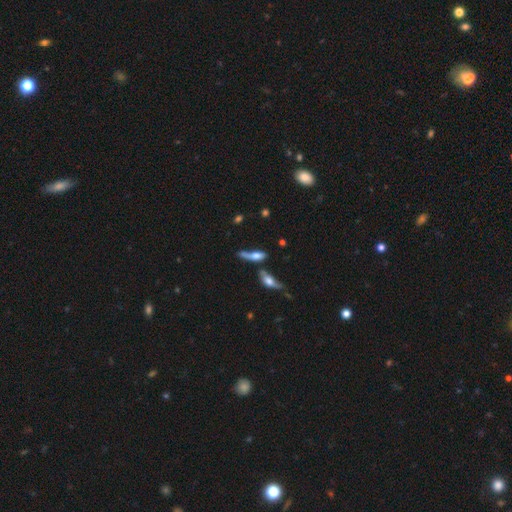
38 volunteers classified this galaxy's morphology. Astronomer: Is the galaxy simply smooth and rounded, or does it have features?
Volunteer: smooth — 50% (runner-up: featured or disk, 42%).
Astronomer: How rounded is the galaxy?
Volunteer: in between — 53% (runner-up: cigar-shaped, 47%).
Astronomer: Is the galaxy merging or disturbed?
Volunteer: major disturbance — 37% (runner-up: merger, 23%).